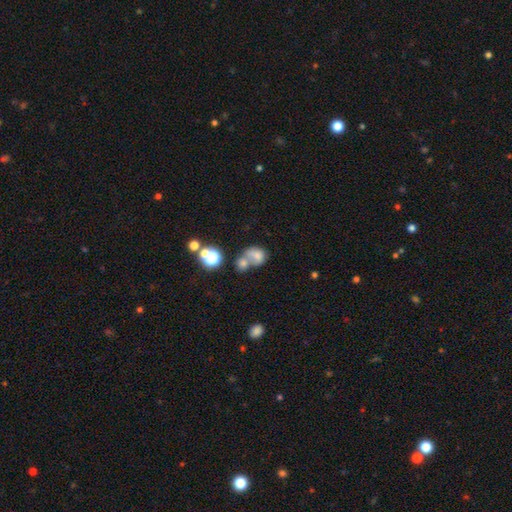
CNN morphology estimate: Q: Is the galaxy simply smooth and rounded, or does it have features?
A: smooth — 65%.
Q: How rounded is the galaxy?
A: in between — 51%.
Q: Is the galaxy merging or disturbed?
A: merger — 62%.